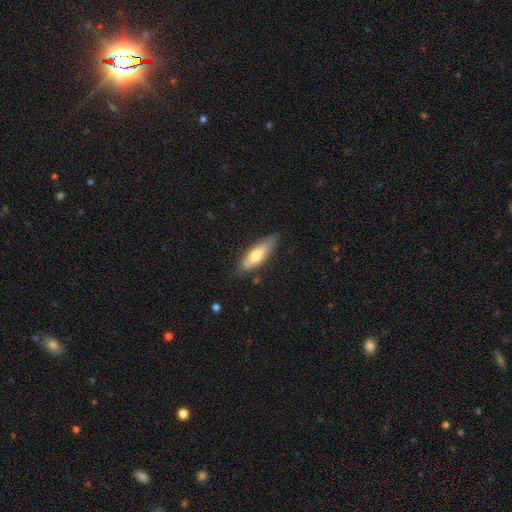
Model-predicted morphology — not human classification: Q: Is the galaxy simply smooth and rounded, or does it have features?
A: smooth — 66%.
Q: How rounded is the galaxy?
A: cigar-shaped — 51%.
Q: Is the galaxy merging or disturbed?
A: none — 74%.